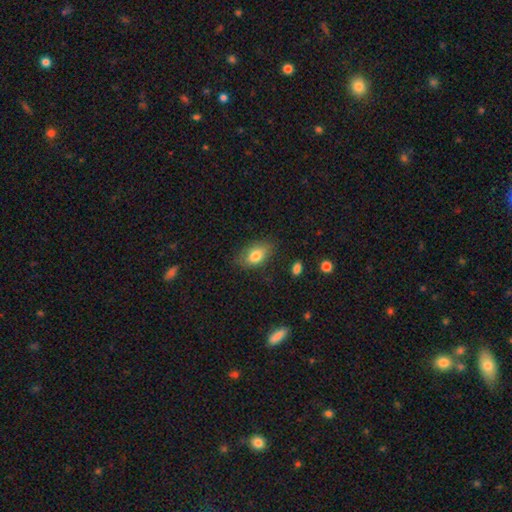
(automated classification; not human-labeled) Smooth or featured: smooth — 81% (featured or disk — 12%)
How rounded: in between — 87% (round — 10%)
Merging: none — 75% (minor disturbance — 19%)